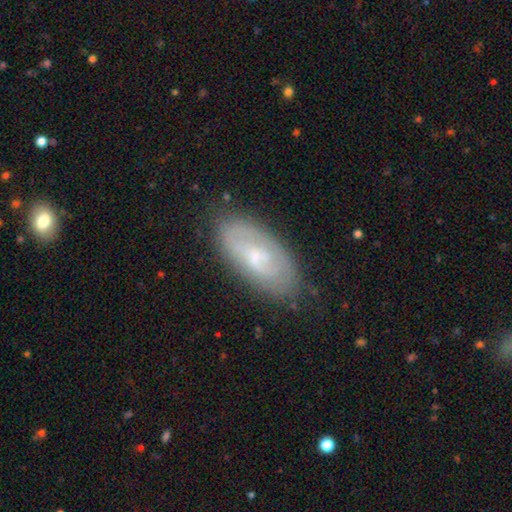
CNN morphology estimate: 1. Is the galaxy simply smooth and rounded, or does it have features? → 53% featured or disk, 40% smooth, 7% star or artifact.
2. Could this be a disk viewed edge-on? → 88% no, 12% yes.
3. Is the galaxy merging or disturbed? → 78% none, 16% minor disturbance, 4% major disturbance, 1% merger.